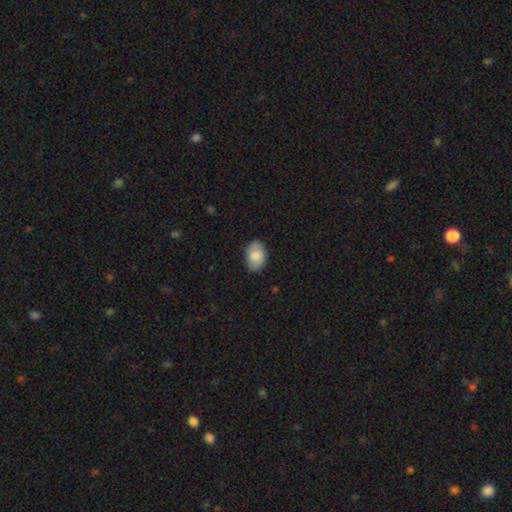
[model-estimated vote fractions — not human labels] This appears to be a smooth galaxy with no disk features (84%) that is in between round and cigar-shaped (83%). Merging: none (81%).